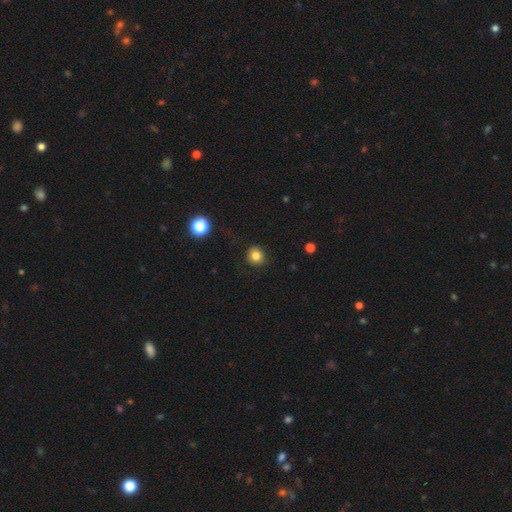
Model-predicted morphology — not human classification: Smooth or featured: smooth — 82% (star or artifact — 12%)
How rounded: round — 90% (in between — 9%)
Merging: none — 90% (minor disturbance — 7%)